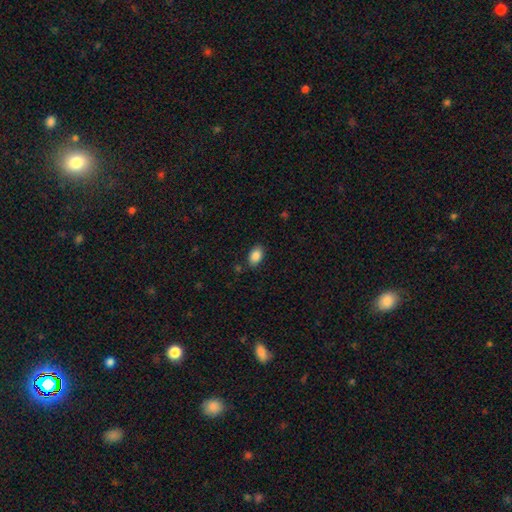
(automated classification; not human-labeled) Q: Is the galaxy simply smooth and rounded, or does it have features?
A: smooth — 88%.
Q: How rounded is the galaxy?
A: in between — 87%.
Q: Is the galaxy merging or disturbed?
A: none — 85%.